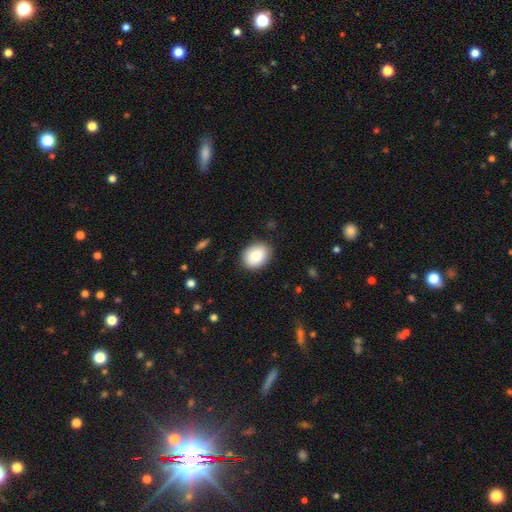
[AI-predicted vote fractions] Overall: smooth (85%). How rounded: in between (63%; round 36%). Merging: none (87%).